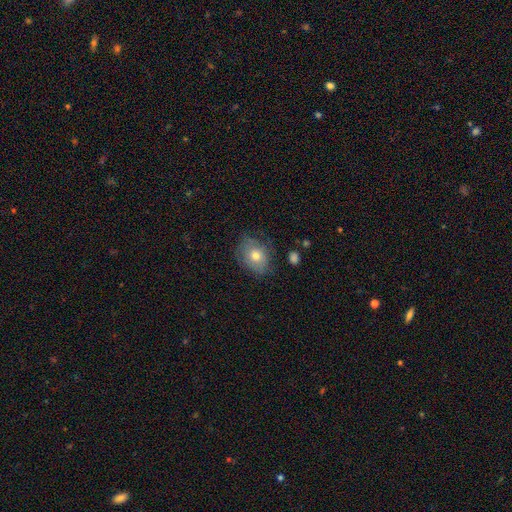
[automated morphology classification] This appears to be a smooth galaxy with no disk features (69%) that is in between round and cigar-shaped (56%). Merging: none (68%).